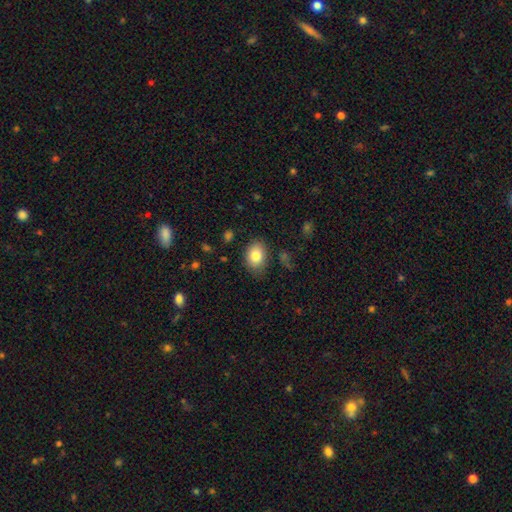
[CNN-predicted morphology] This appears to be a smooth galaxy with no disk features (83%) that is in between round and cigar-shaped (78%). Merging: none (80%).